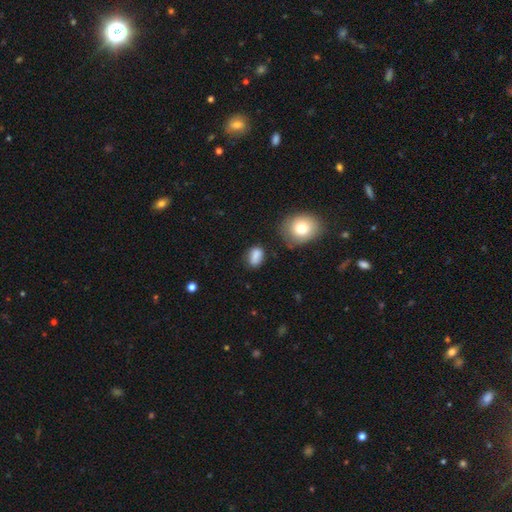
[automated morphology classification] Smooth or featured? smooth (82%)
How rounded? in between (77%)
Merging? none (64%)